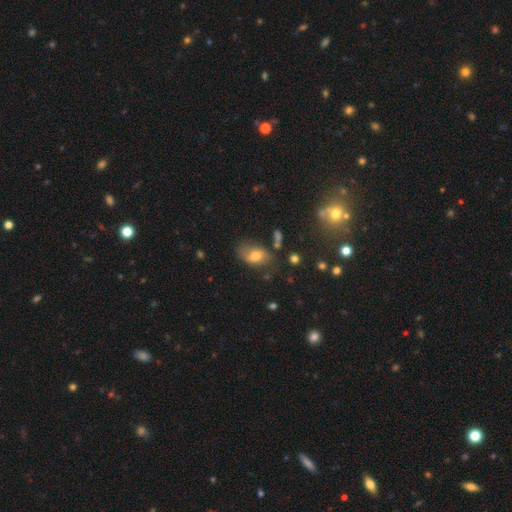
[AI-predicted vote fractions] Smooth or featured: smooth — 66% (featured or disk — 23%)
How rounded: in between — 87% (round — 11%)
Merging: none — 49% (minor disturbance — 30%)